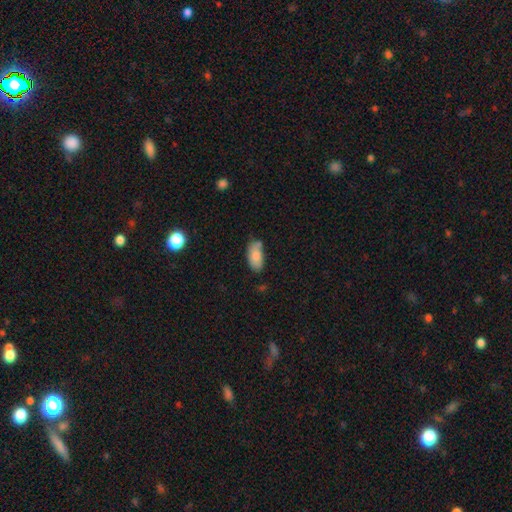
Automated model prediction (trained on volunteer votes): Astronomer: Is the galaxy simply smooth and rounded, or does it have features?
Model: smooth — 81%.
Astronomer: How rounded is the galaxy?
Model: in between — 92%.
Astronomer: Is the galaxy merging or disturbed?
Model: none — 60%.